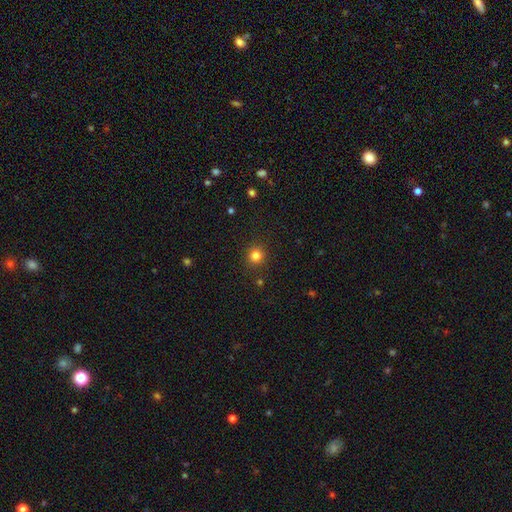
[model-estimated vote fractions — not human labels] Morphology: type=smooth (81%); roundness=round (93%); merging=none (90%).